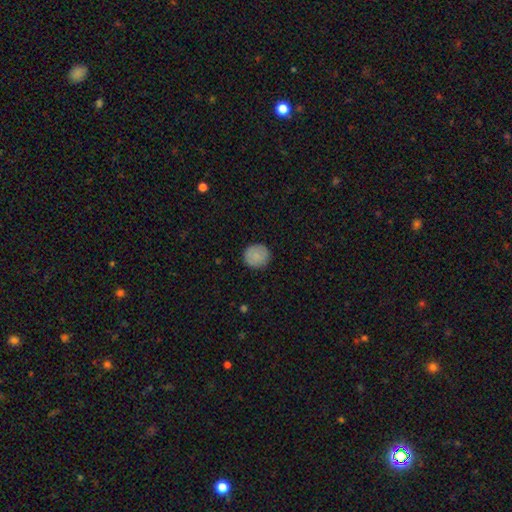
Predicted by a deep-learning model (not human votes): Smooth or featured?
  - smooth: 85% *
  - featured or disk: 7%
  - star or artifact: 7%
How rounded?
  - round: 91% *
  - in between: 8%
  - cigar-shaped: 1%
Merging?
  - none: 88% *
  - minor disturbance: 9%
  - major disturbance: 2%
  - merger: 1%